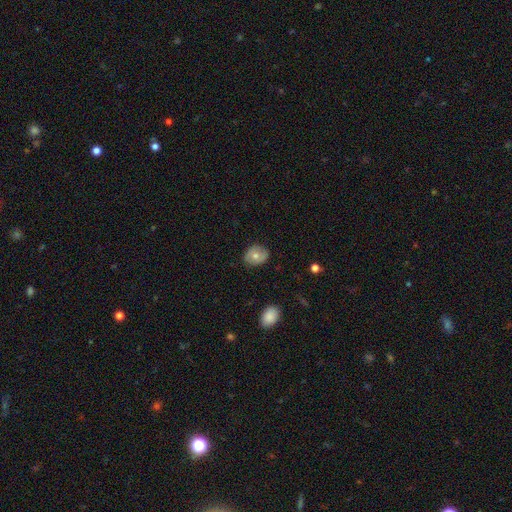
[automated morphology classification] The model was most divided on "how rounded": round: 50%, in between: 49%, cigar-shaped: 1%. More confident: merging — none (80%); smooth or featured — smooth (62%).